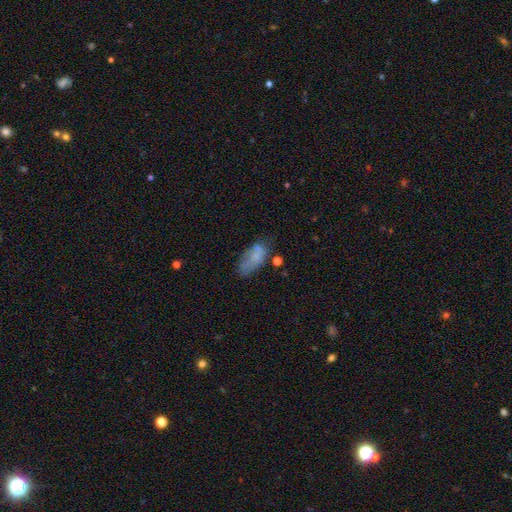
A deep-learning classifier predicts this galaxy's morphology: smooth-or-featured: smooth: 69% | featured or disk: 21% | star or artifact: 11%
  how-rounded: in between: 88% | cigar-shaped: 9% | round: 3%
  merging: none: 49% | minor disturbance: 28% | major disturbance: 15% | merger: 7%